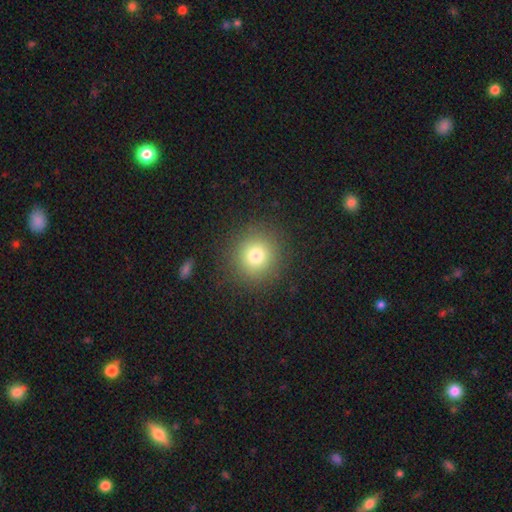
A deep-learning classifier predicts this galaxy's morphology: Q: Smooth or featured?
A: smooth (77%); runner-up: star or artifact (14%)
Q: How rounded?
A: round (94%); runner-up: in between (5%)
Q: Merging?
A: none (89%); runner-up: minor disturbance (6%)